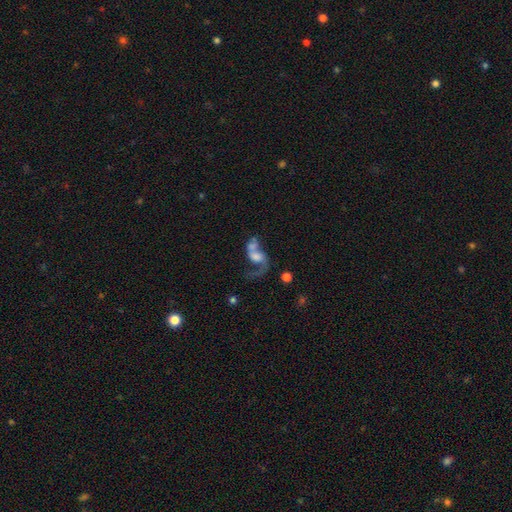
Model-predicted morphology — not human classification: A featured or disk galaxy (61%) with no bar (63%), spiral arms (77%) and a large central bulge (26%, tied with moderate).

Vote fractions:
- Smooth or featured? featured or disk: 61% / smooth: 29% / star or artifact: 10%
- Edge-on disk? no: 97% / yes: 3%
- Bar? no: 63% / weak: 28% / strong: 9%
- Spiral arms? yes: 77% / no: 23%
- Bulge size? large: 26% (tied) / moderate: 26% (tied) / none: 25% / small: 16% / dominant: 6%
- Merging? merger: 48% / major disturbance: 26% / none: 18% / minor disturbance: 8%